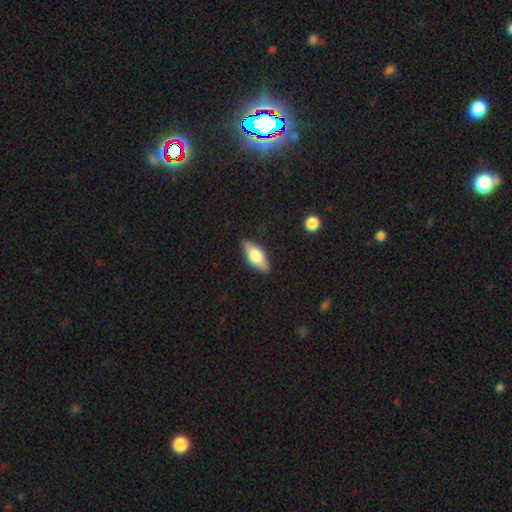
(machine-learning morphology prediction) smooth 60%, featured or disk 34%, star or artifact 6%. Down the decision tree: how rounded — in between (78%); merging — none (86%).